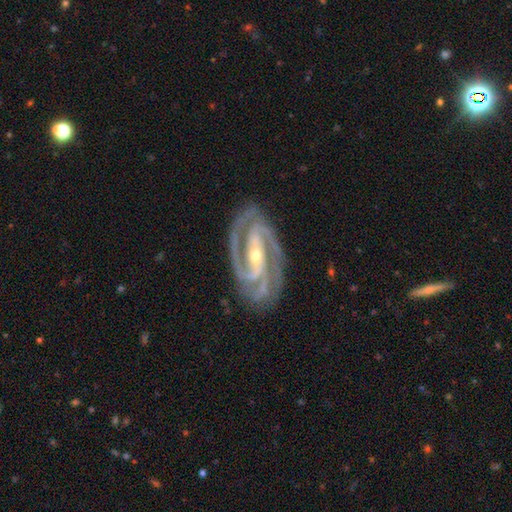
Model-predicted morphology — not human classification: Smooth or featured? featured or disk (93%)
Edge-on disk? no (96%)
Bar? strong (57%)
Spiral arms? yes (99%)
Spiral winding? tight (58%)
Spiral arm count? 2 (66%)
Bulge size? small (56%)
Merging? none (83%)